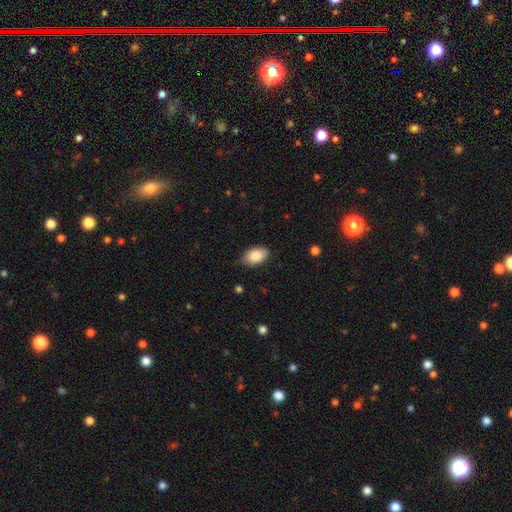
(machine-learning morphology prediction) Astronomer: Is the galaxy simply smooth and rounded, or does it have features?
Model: smooth — 87%.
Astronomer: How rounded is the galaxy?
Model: in between — 92%.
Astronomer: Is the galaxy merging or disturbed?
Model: none — 80%.